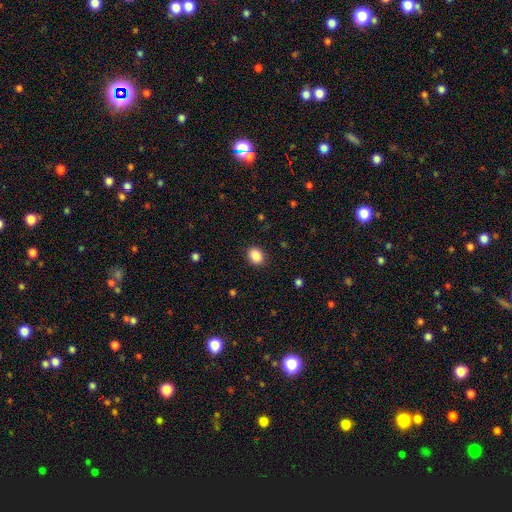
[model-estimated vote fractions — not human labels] Overall: smooth (88%). How rounded: round (50%; in between 49%). Merging: none (89%).